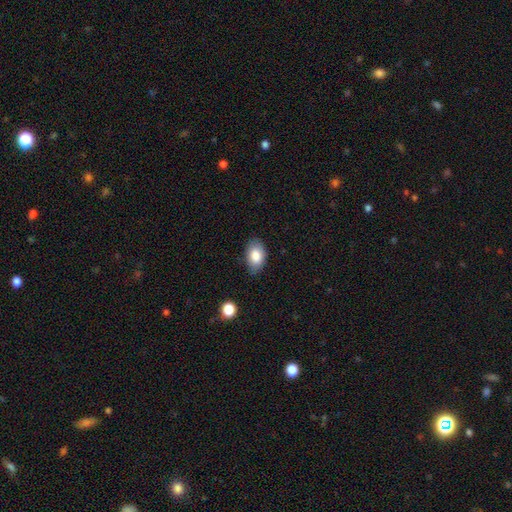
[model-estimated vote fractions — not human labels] smooth-or-featured: smooth: 84% | featured or disk: 9% | star or artifact: 7%
  how-rounded: in between: 90% | round: 9% | cigar-shaped: 1%
  merging: none: 78% | minor disturbance: 18% | major disturbance: 3% | merger: 1%